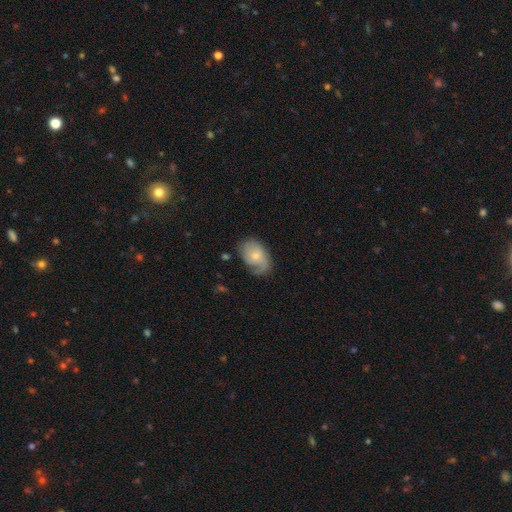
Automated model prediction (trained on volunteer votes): smooth-or-featured: featured or disk: 50% | smooth: 43% | star or artifact: 7%
  merging: none: 53% | minor disturbance: 29% | major disturbance: 16% | merger: 2%